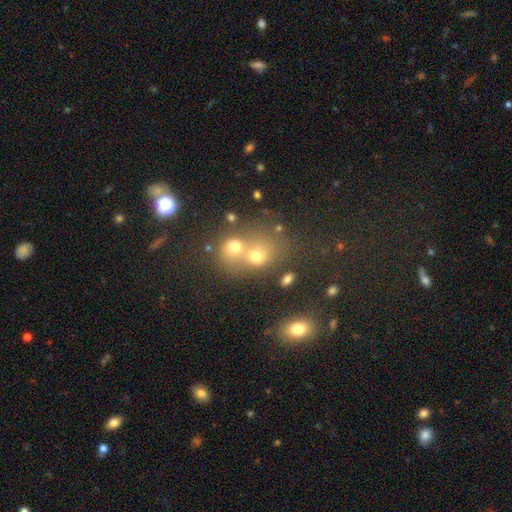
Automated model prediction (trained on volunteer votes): smooth 52%, star or artifact 30%, featured or disk 17%. Down the decision tree: how rounded — round (70%); merging — merger (49%).